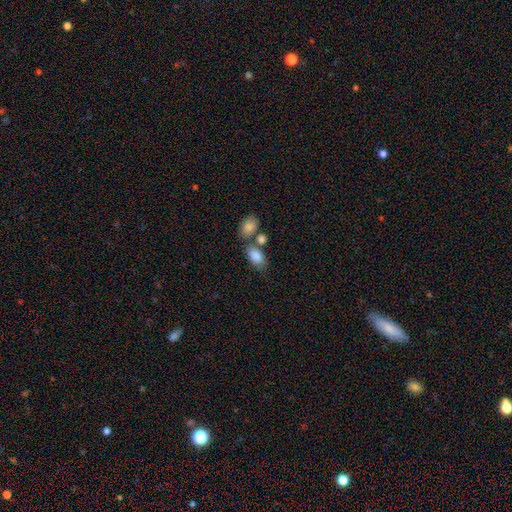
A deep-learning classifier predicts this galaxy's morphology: Smooth or featured: smooth — 86% (featured or disk — 7%)
How rounded: in between — 91% (round — 7%)
Merging: none — 48% (merger — 34%)